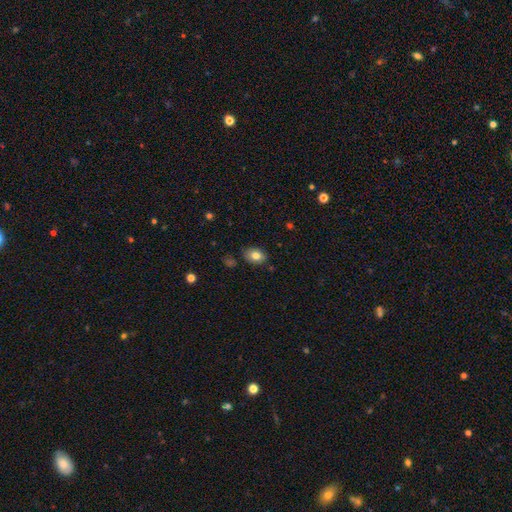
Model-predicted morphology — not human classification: type=smooth (81%); roundness=in between (79%); merging=none (82%).